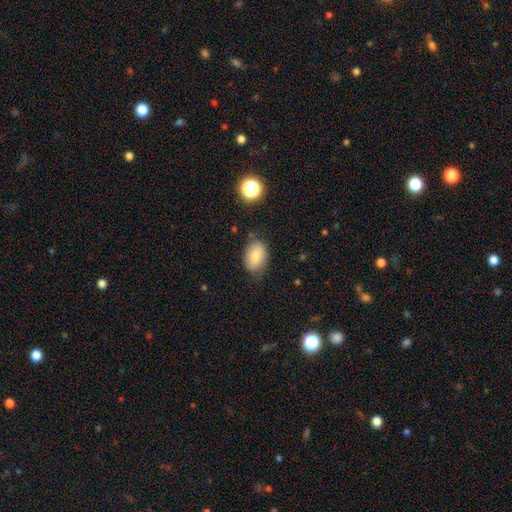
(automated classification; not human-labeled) Morphology: type=smooth (76%); roundness=in between (81%); merging=none (72%).